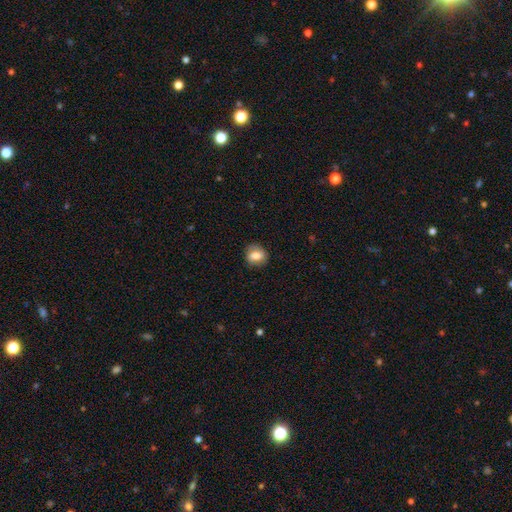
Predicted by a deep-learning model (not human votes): This appears to be a smooth galaxy with no disk features (76%) that is round (58%). Merging: none (78%).